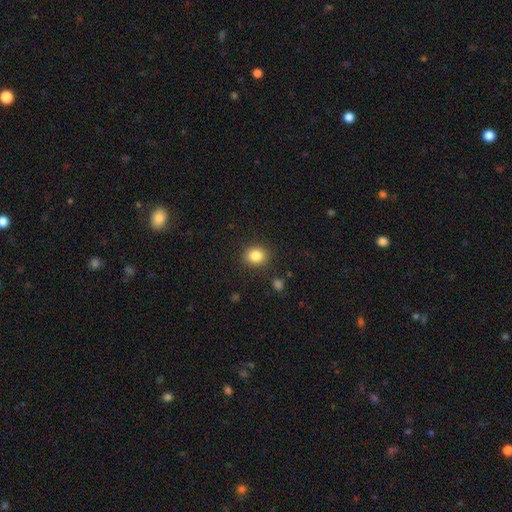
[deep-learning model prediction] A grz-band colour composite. It shows a smooth galaxy with no disk features (85%) that is round (66%). Merging: none (87%).